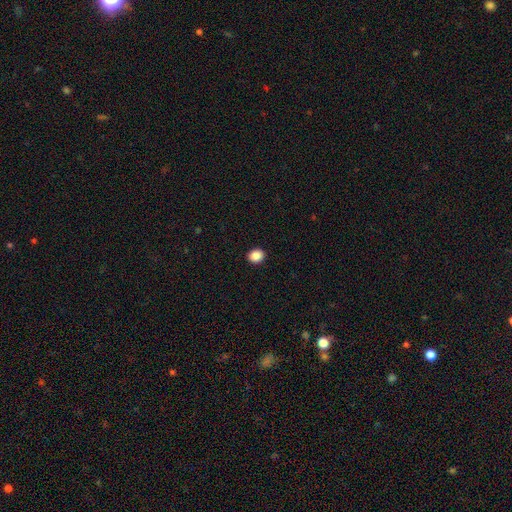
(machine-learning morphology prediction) Overall: smooth (88%). How rounded: round (69%; in between 30%). Merging: none (92%).